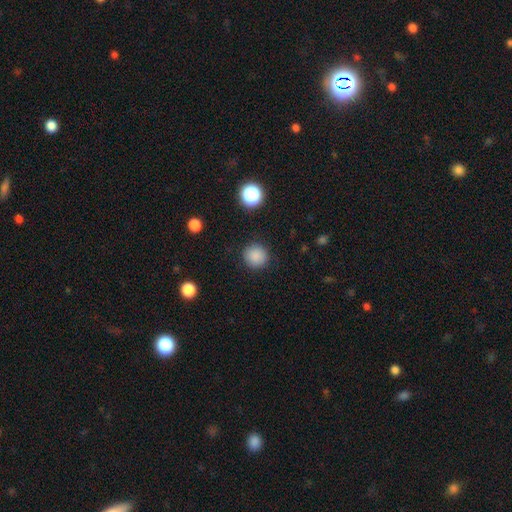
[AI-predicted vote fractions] Smooth or featured: smooth — 86% (star or artifact — 11%)
How rounded: round — 93% (in between — 6%)
Merging: none — 89% (minor disturbance — 7%)